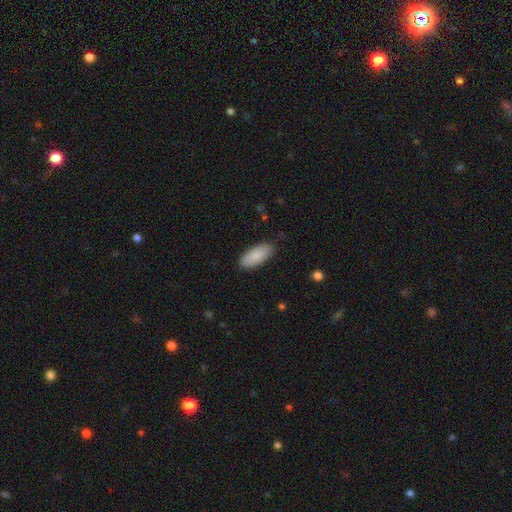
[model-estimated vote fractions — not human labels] Overall: smooth (85%). How rounded: in between (86%). Merging: none (86%).